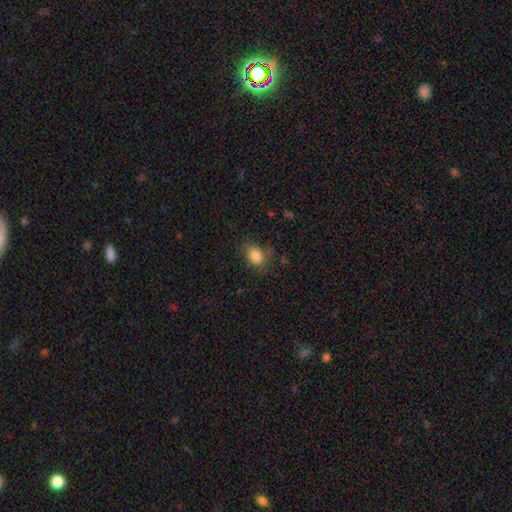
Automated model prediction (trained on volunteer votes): Smooth or featured? Predicted: smooth (p=0.84). How rounded? Predicted: in between (p=0.75). Merging? Predicted: none (p=0.70).